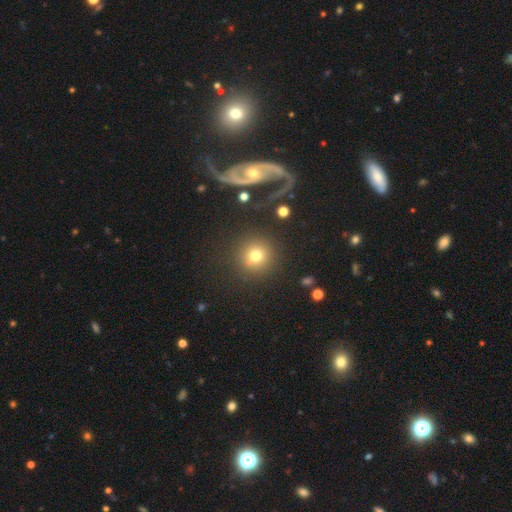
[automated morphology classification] type=smooth (73%); roundness=round (94%); merging=none (82%).